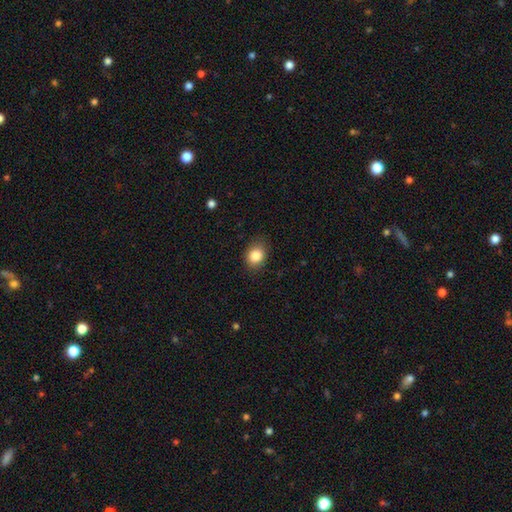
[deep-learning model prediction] A smooth galaxy with no disk features (86%) that is in between round and cigar-shaped (50%).

Vote fractions:
- Smooth or featured? smooth: 86% / star or artifact: 9% / featured or disk: 5%
- How rounded? in between: 50% / round: 49% / cigar-shaped: 1%
- Merging? none: 81% / minor disturbance: 14% / major disturbance: 3% / merger: 1%